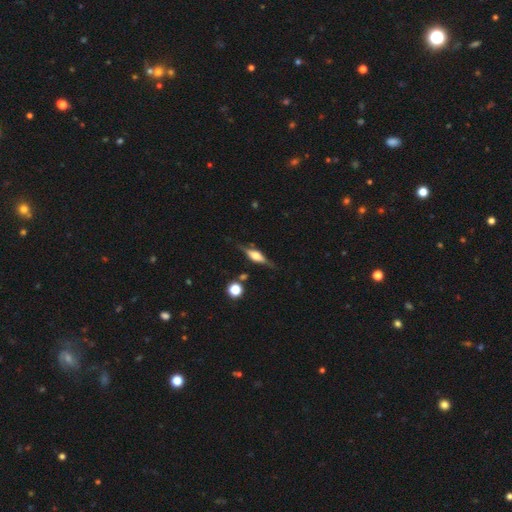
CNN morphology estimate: A featured or disk galaxy (71%) viewed edge-on (95%) with a rounded central bulge (77%).

Vote fractions:
- Smooth or featured? featured or disk: 71% / smooth: 23% / star or artifact: 7%
- Edge-on disk? yes: 95% / no: 5%
- Edge-on bulge? rounded: 77% / boxy: 20% / none: 3%
- Merging? none: 79% / minor disturbance: 14% / major disturbance: 4% / merger: 3%